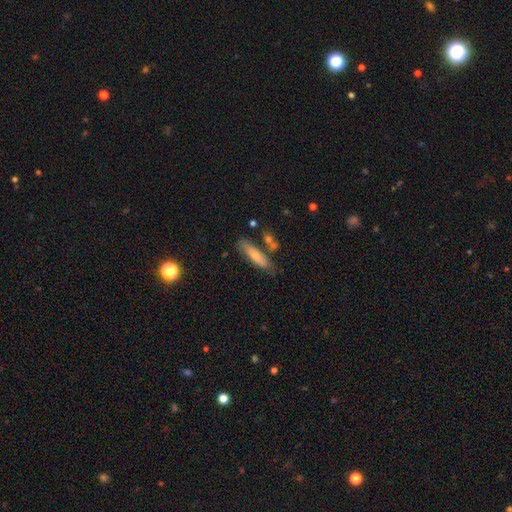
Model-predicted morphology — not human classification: Smooth or featured? Predicted: smooth (p=0.66). How rounded? Predicted: cigar-shaped (p=0.65). Merging? Predicted: none (p=0.65).